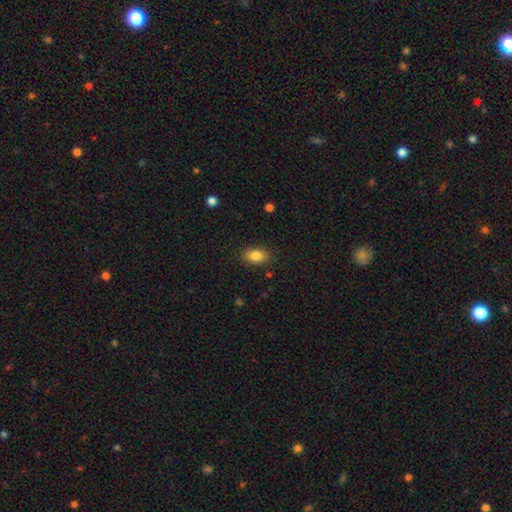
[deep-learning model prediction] A smooth galaxy with no disk features (84%) that is in between round and cigar-shaped (86%).

Vote fractions:
- Smooth or featured? smooth: 84% / star or artifact: 9% / featured or disk: 7%
- How rounded? in between: 86% / round: 12% / cigar-shaped: 2%
- Merging? none: 87% / minor disturbance: 10% / major disturbance: 2% / merger: 1%